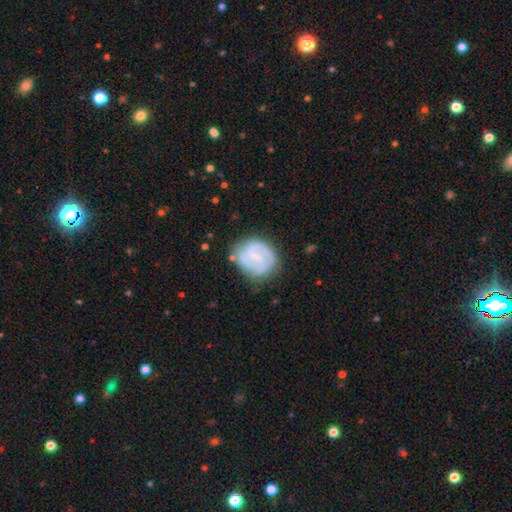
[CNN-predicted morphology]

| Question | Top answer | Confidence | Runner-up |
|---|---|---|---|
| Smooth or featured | featured or disk | 69% | smooth (26%) |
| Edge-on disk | no | 98% | yes (2%) |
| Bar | weak | 52% | no (35%) |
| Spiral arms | yes | 84% | no (16%) |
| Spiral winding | tight | 49% | medium (38%) |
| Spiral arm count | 2 | 60% | can't tell (22%) |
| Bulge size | small | 60% | moderate (24%) |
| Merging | none | 69% | minor disturbance (21%) |